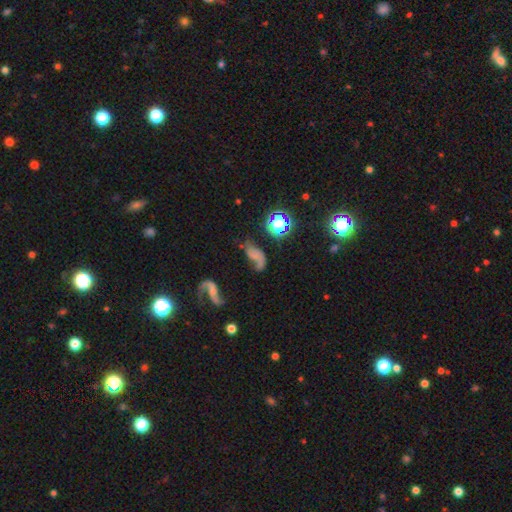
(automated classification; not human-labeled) A featured or disk galaxy (46%).

Vote fractions:
- Smooth or featured? featured or disk: 46% / smooth: 32% / star or artifact: 22%
- Merging? none: 32% / major disturbance: 30% / minor disturbance: 22% / merger: 16%